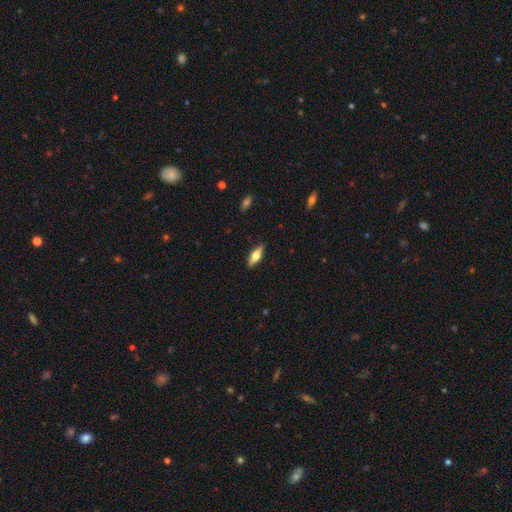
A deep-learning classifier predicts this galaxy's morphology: smooth_or_featured: featured or disk (p=0.48) [alt: smooth p=0.45]
merging: none (p=0.88) [alt: minor disturbance p=0.09]